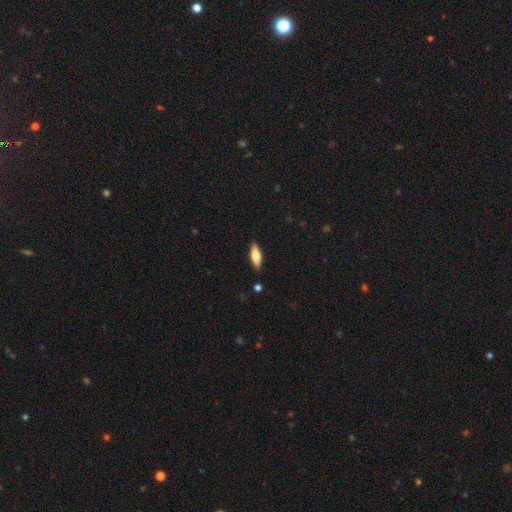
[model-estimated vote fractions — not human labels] Smooth or featured: smooth — 68% (featured or disk — 26%)
How rounded: in between — 60% (cigar-shaped — 38%)
Merging: none — 87% (minor disturbance — 9%)